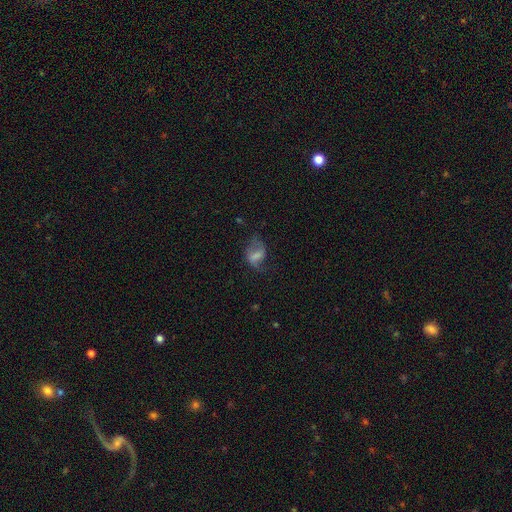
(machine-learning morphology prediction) Smooth or featured?
  - featured or disk: 45% *
  - smooth: 44%
  - star or artifact: 11%
Merging?
  - none: 41% *
  - major disturbance: 30%
  - minor disturbance: 26%
  - merger: 3%